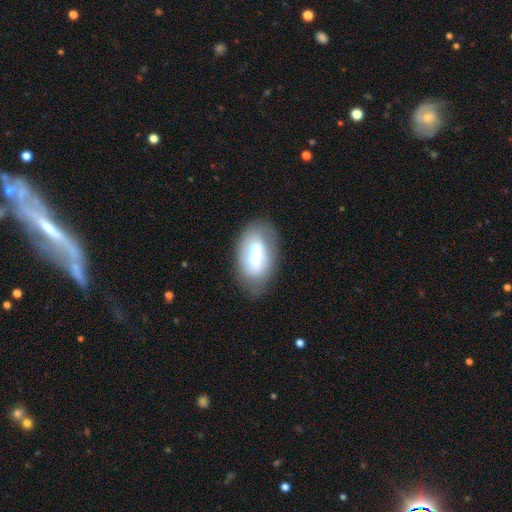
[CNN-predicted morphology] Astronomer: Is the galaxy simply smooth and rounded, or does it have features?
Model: smooth — 62%.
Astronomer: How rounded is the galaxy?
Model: in between — 88%.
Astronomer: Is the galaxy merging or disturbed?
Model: none — 63%.